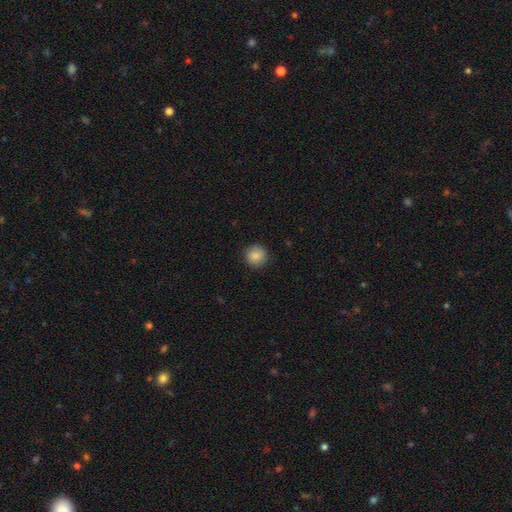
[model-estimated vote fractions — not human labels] This is clearly a smooth galaxy (85%). How rounded: clearly round (93%). Merging: clearly none (89%).